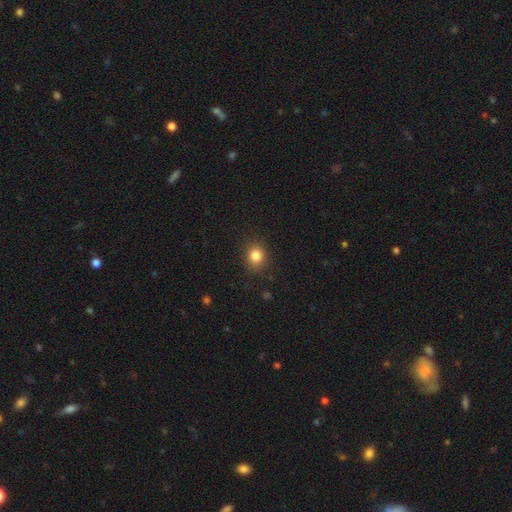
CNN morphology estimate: Smooth or featured: smooth — 84% (star or artifact — 11%)
How rounded: round — 73% (in between — 26%)
Merging: none — 88% (minor disturbance — 8%)